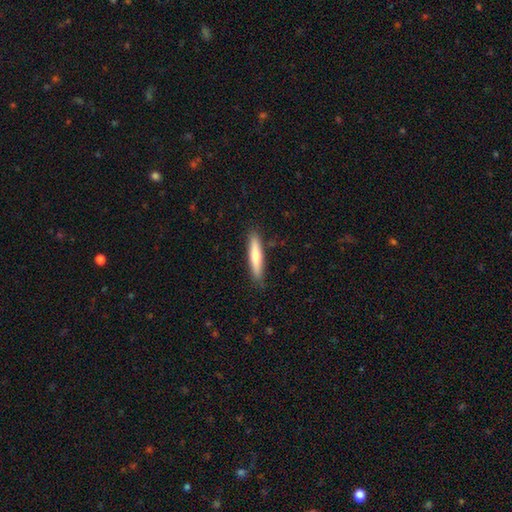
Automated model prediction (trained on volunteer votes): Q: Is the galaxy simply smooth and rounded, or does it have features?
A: smooth — 65%.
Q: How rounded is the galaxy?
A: cigar-shaped — 88%.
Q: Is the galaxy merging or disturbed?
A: none — 87%.